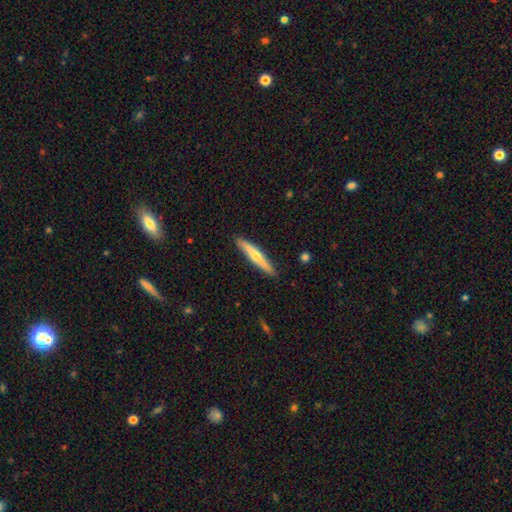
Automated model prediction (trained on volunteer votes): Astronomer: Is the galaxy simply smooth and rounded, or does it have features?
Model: featured or disk — 48% (runner-up: smooth, 46%).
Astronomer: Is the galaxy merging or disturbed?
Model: none — 89%.